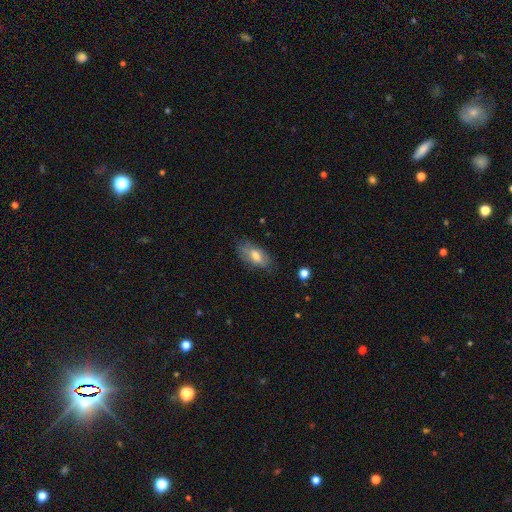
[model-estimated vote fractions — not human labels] smooth_or_featured: smooth (p=0.67) [alt: featured or disk p=0.26]
how_rounded: in between (p=0.89) [alt: cigar-shaped p=0.07]
merging: none (p=0.76) [alt: minor disturbance p=0.18]